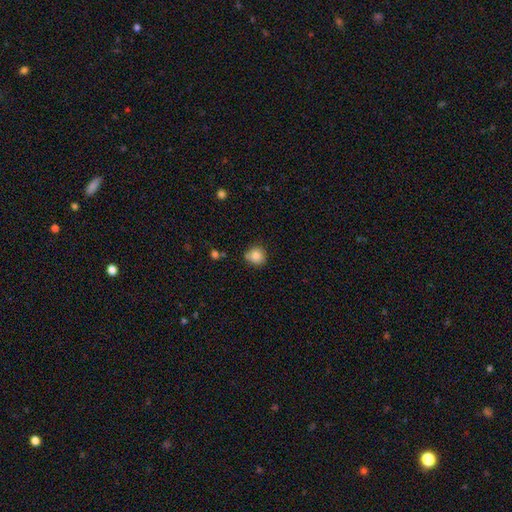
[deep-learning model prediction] smooth 83%, star or artifact 10%, featured or disk 7%. Down the decision tree: how rounded — round (89%); merging — none (76%).